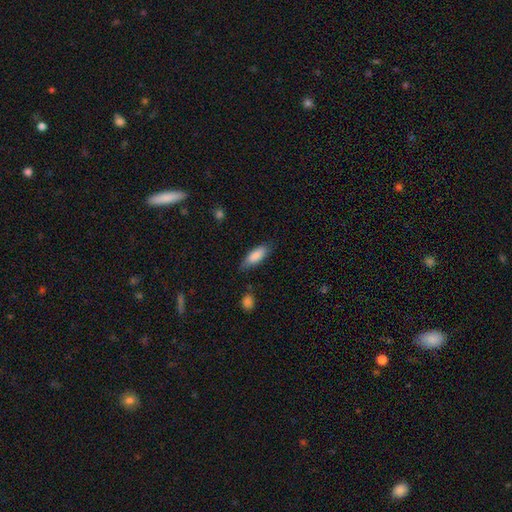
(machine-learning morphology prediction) Smooth or featured?
  - smooth: 85% *
  - featured or disk: 9%
  - star or artifact: 6%
How rounded?
  - in between: 72% *
  - cigar-shaped: 27%
  - round: 2%
Merging?
  - none: 77% *
  - minor disturbance: 17%
  - major disturbance: 4%
  - merger: 2%